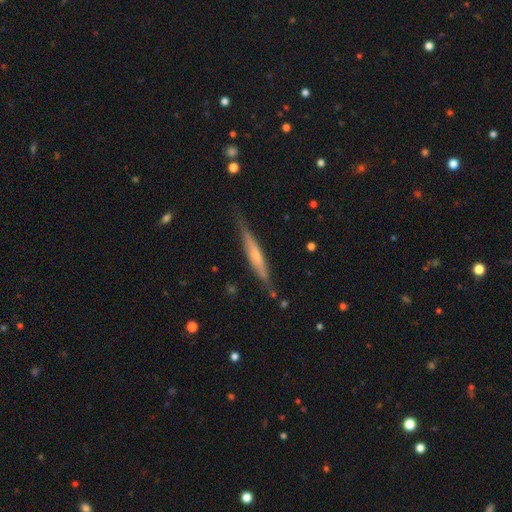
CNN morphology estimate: The model was most divided on "edge-on bulge": rounded: 46%, none: 44%, boxy: 10%. More confident: edge-on disk — yes (94%); merging — none (80%); smooth or featured — featured or disk (57%).